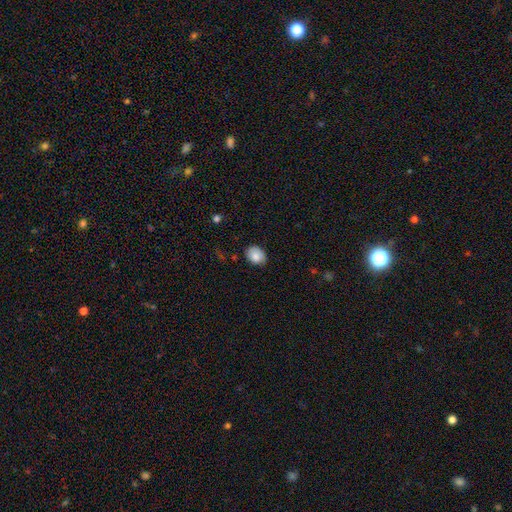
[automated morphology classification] Overall: smooth (85%). How rounded: in between (63%; round 36%). Merging: none (79%).